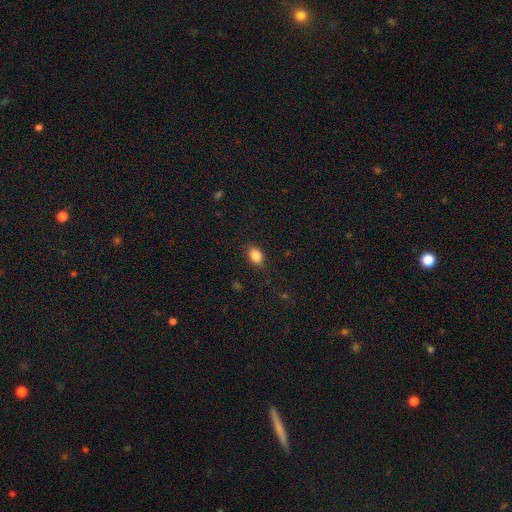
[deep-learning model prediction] smooth_or_featured: smooth (p=0.86) [alt: star or artifact p=0.09]
how_rounded: in between (p=0.81) [alt: round p=0.17]
merging: none (p=0.86) [alt: minor disturbance p=0.10]